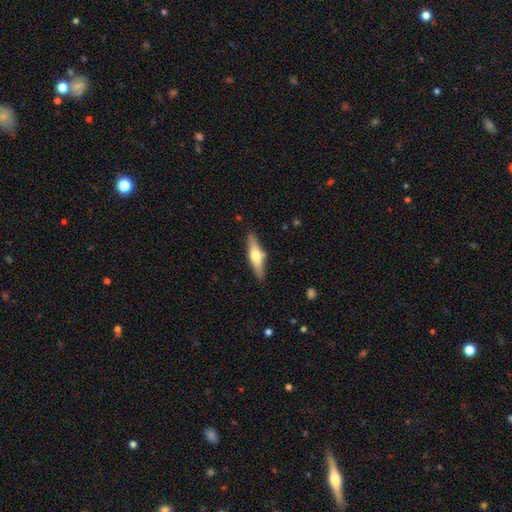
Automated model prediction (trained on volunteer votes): A featured or disk galaxy (53%) viewed edge-on (93%).

Vote fractions:
- Smooth or featured? featured or disk: 53% / smooth: 41% / star or artifact: 6%
- Edge-on disk? yes: 93% / no: 7%
- Merging? none: 86% / minor disturbance: 10% / major disturbance: 2% / merger: 2%